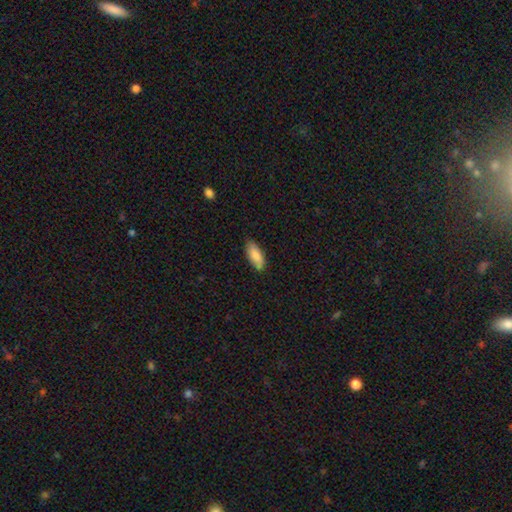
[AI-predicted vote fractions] smooth_or_featured: smooth (p=0.84) [alt: featured or disk p=0.10]
how_rounded: in between (p=0.81) [alt: cigar-shaped p=0.17]
merging: none (p=0.81) [alt: minor disturbance p=0.16]